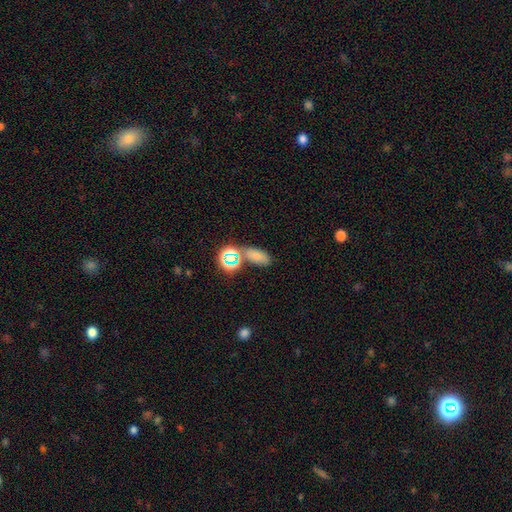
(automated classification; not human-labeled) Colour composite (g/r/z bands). It shows a smooth galaxy with no disk features (68%) that is in between round and cigar-shaped (82%). Merging: none (65%).